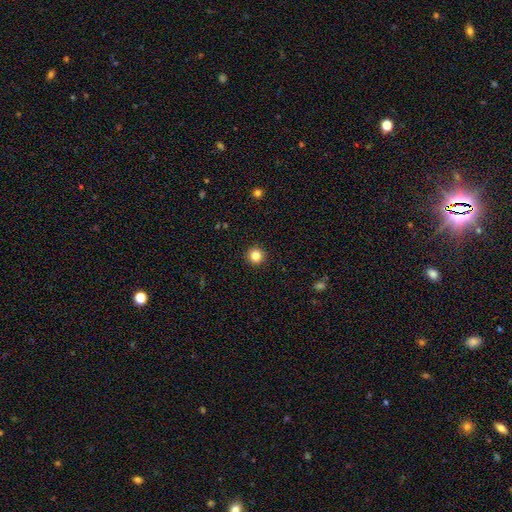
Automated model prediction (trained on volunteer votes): Smooth or featured: smooth — 84% (star or artifact — 11%)
How rounded: round — 96% (in between — 3%)
Merging: none — 94% (minor disturbance — 4%)